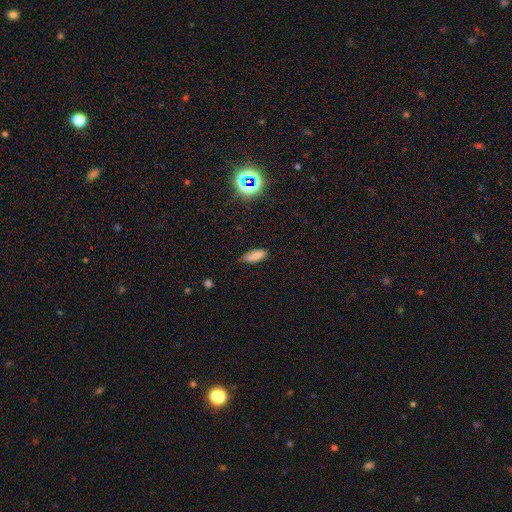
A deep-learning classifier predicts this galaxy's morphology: This appears to be a smooth galaxy with no disk features (81%) that is in between round and cigar-shaped (78%). Merging: none (72%).